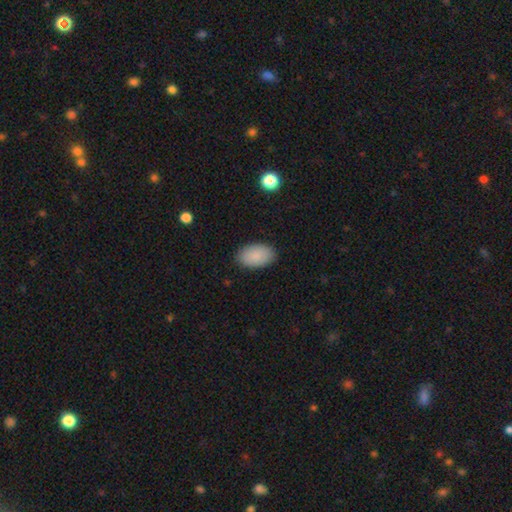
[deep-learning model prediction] Q: Smooth or featured?
A: smooth (89%); runner-up: star or artifact (6%)
Q: How rounded?
A: in between (94%); runner-up: round (5%)
Q: Merging?
A: none (87%); runner-up: minor disturbance (10%)